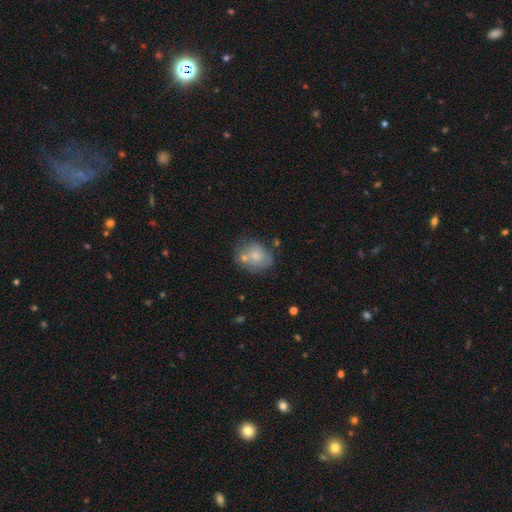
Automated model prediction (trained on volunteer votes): Smooth or featured? Predicted: smooth (p=0.70). How rounded? Predicted: round (p=0.51). Merging? Predicted: none (p=0.47).